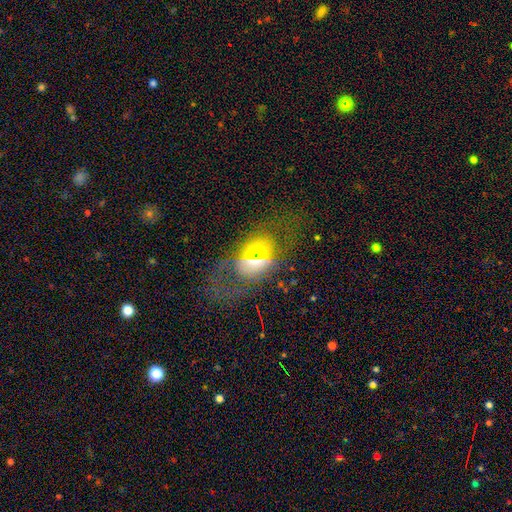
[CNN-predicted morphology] Smooth or featured?
  - smooth: 42% *
  - featured or disk: 39%
  - star or artifact: 20%
Merging?
  - none: 56% *
  - major disturbance: 22%
  - minor disturbance: 18%
  - merger: 4%